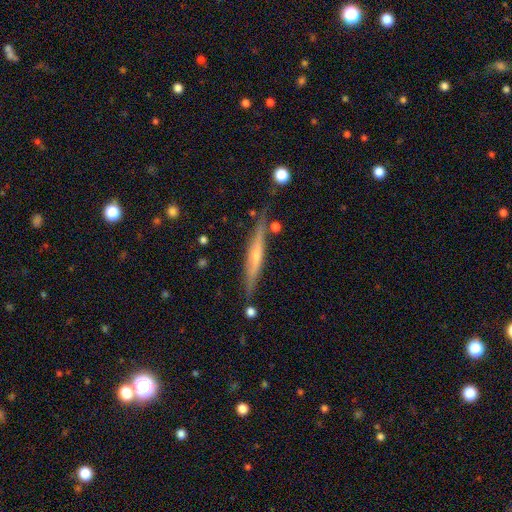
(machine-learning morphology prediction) Smooth or featured? featured or disk (67%)
Edge-on disk? yes (95%)
Edge-on bulge? rounded (66%)
Merging? none (79%)